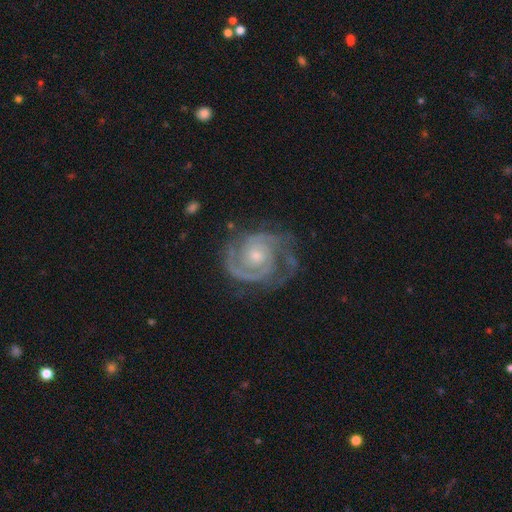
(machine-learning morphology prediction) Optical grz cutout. It shows a featured or disk galaxy (91%) with no bar (71%), 2 (65%) tight (62%) spiral arms (98%) and a small central bulge (56%). Merging: none (67%).